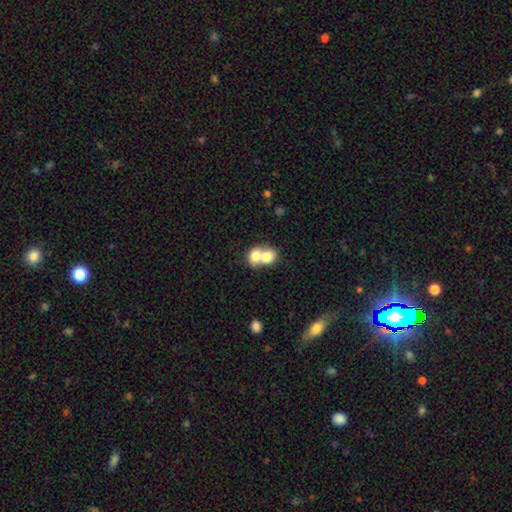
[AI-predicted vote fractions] smooth-or-featured: smooth: 75% | featured or disk: 18% | star or artifact: 8%
  how-rounded: round: 50% | in between: 49% | cigar-shaped: 1%
  merging: merger: 76% | none: 17% | minor disturbance: 4% | major disturbance: 3%